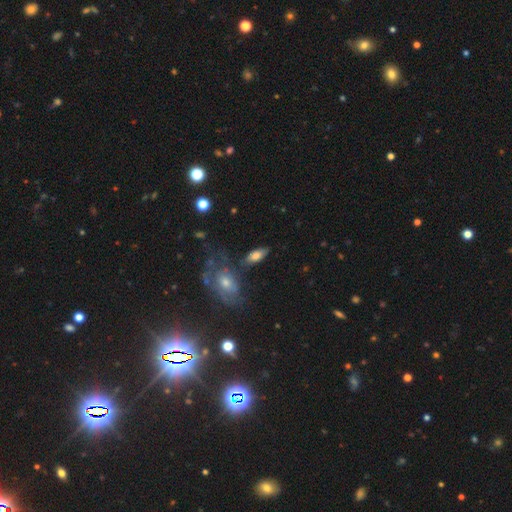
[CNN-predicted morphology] This appears to be a smooth galaxy with no disk features (71%) that is in between round and cigar-shaped (84%). Merging: none (71%).